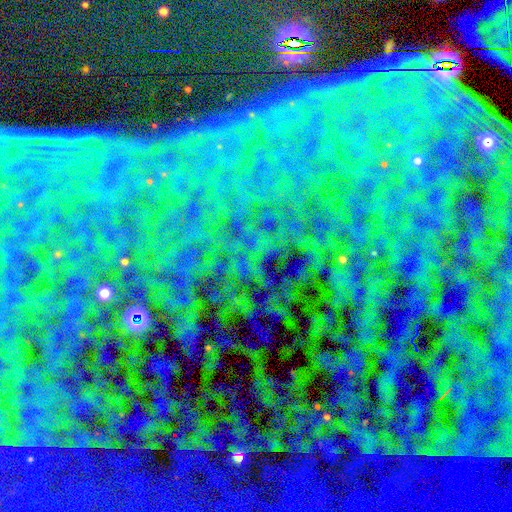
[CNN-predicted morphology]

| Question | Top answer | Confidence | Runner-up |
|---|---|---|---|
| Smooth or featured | star or artifact | 86% | featured or disk (7%) |